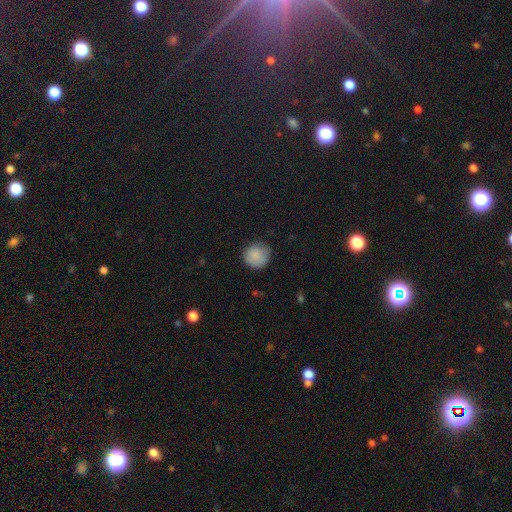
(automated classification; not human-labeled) Smooth or featured: smooth — 85% (star or artifact — 8%)
How rounded: round — 91% (in between — 8%)
Merging: none — 73% (minor disturbance — 22%)